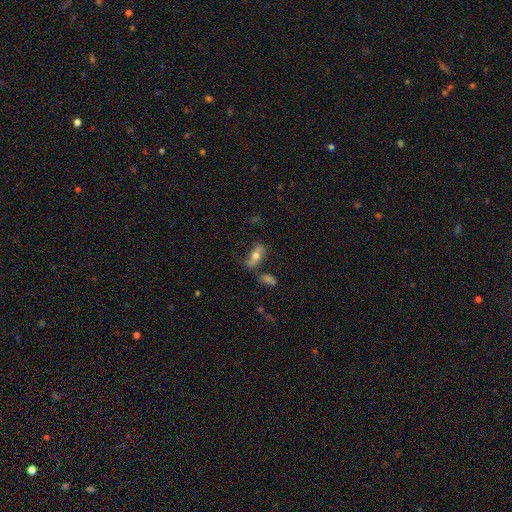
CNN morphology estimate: Overall: smooth (53%; featured or disk 39%). How rounded: in between (78%). Merging: none (57%; minor disturbance 24%).